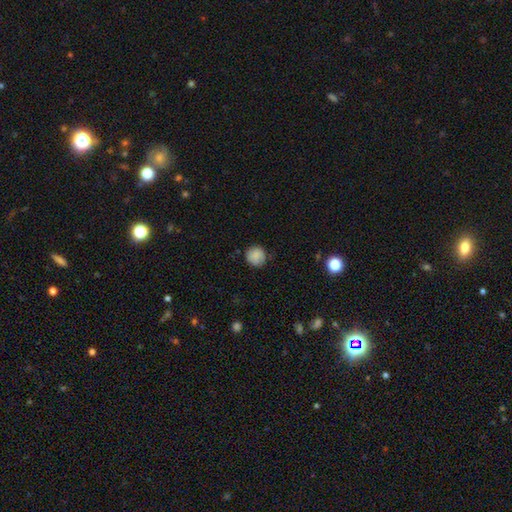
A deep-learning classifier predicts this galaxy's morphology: Overall: smooth (85%). How rounded: round (91%). Merging: none (82%).